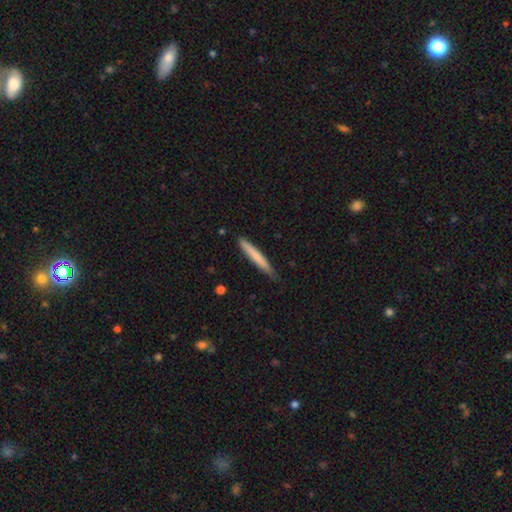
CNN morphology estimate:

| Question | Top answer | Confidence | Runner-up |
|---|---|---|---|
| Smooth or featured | smooth | 70% | featured or disk (24%) |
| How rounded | cigar-shaped | 96% | in between (3%) |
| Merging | none | 81% | minor disturbance (16%) |